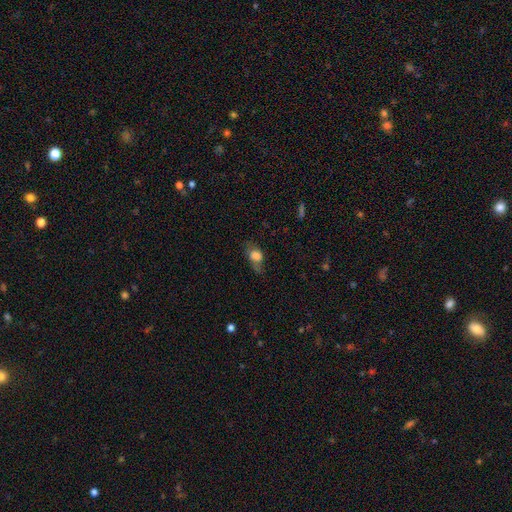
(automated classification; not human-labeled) smooth-or-featured: smooth: 70% | featured or disk: 20% | star or artifact: 10%
  how-rounded: in between: 68% | round: 28% | cigar-shaped: 4%
  merging: none: 44% | minor disturbance: 30% | major disturbance: 23% | merger: 3%